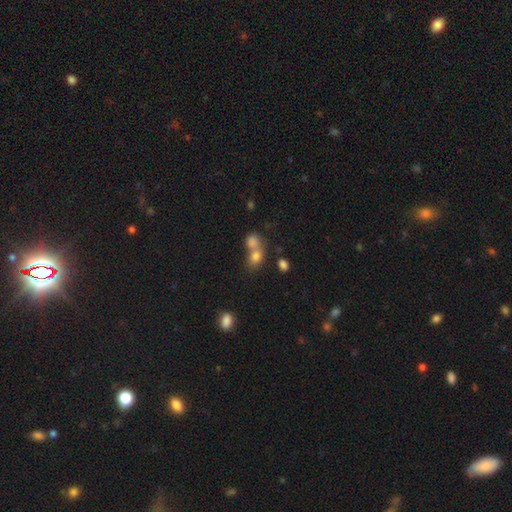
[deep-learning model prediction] smooth 78%, star or artifact 12%, featured or disk 10%. Down the decision tree: how rounded — round (50%); merging — merger (57%).